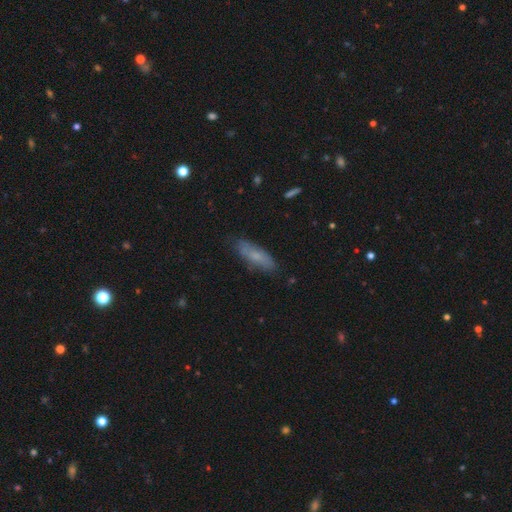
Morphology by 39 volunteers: Smooth or featured?
  - smooth: 69% *
  - featured or disk: 26%
  - star or artifact: 5%
How rounded?
  - in between: 52% *
  - cigar-shaped: 48%
  - round: 0%
Merging?
  - none: 84% *
  - minor disturbance: 11%
  - major disturbance: 3%
  - merger: 3%